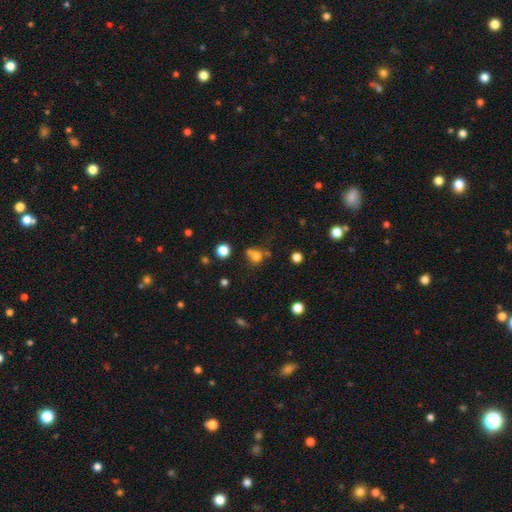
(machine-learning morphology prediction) Smooth or featured?
  - smooth: 72% *
  - star or artifact: 17%
  - featured or disk: 10%
How rounded?
  - round: 75% *
  - in between: 23%
  - cigar-shaped: 1%
Merging?
  - none: 46% *
  - merger: 30%
  - minor disturbance: 16%
  - major disturbance: 9%